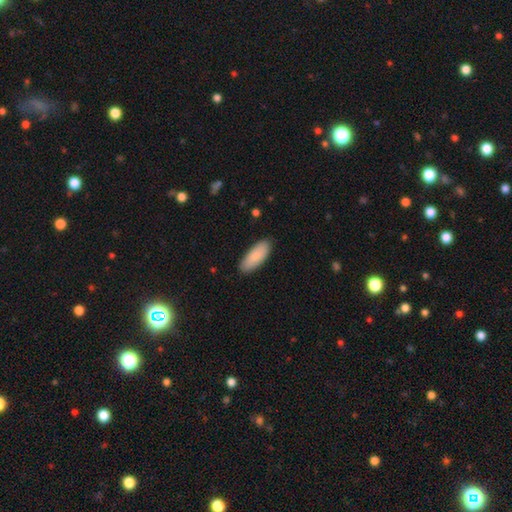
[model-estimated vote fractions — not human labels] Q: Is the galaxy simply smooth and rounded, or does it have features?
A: smooth — 88%.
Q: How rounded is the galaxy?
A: in between — 78%.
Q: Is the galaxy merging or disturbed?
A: none — 88%.